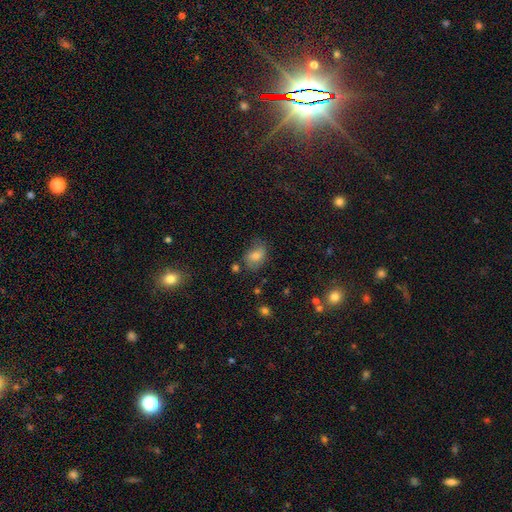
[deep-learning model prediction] Q: Smooth or featured?
A: smooth (69%); runner-up: featured or disk (20%)
Q: How rounded?
A: in between (71%); runner-up: round (27%)
Q: Merging?
A: none (61%); runner-up: minor disturbance (26%)